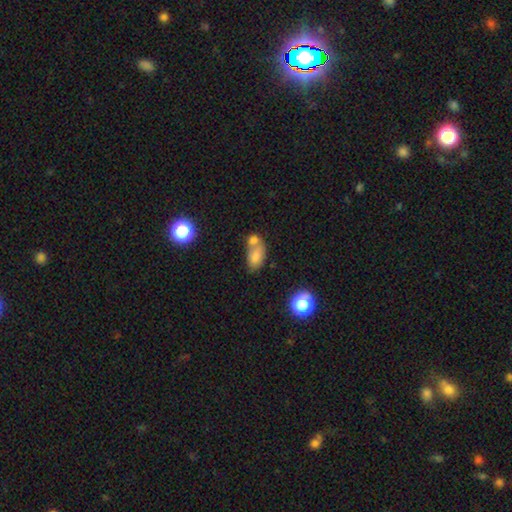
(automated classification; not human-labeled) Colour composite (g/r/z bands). It shows a smooth galaxy with no disk features (73%) that is in between round and cigar-shaped (89%). Merging: merger (52%).